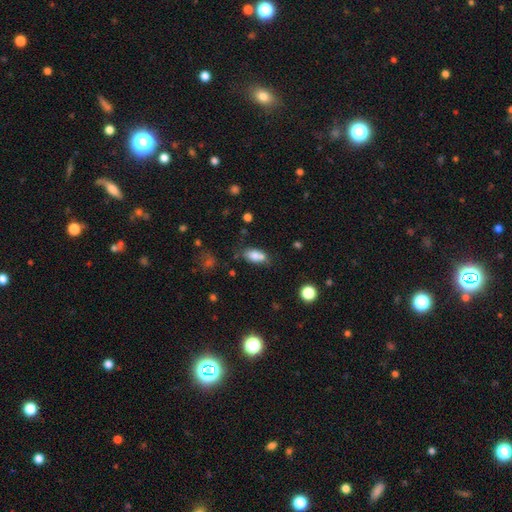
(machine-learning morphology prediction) A smooth galaxy with no disk features (78%) that is in between round and cigar-shaped (87%).

Vote fractions:
- Smooth or featured? smooth: 78% / featured or disk: 12% / star or artifact: 10%
- How rounded? in between: 87% / round: 7% / cigar-shaped: 6%
- Merging? none: 50% / merger: 25% / minor disturbance: 19% / major disturbance: 6%